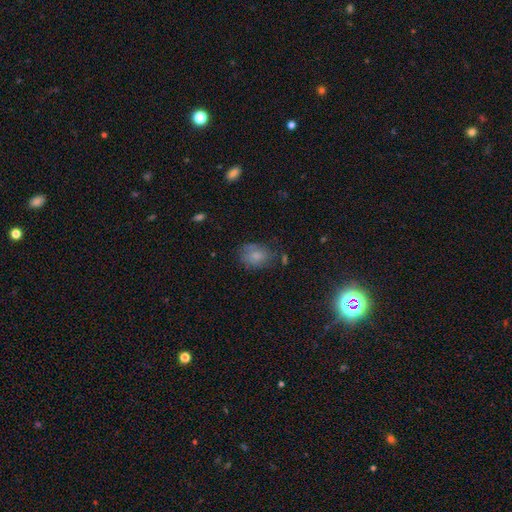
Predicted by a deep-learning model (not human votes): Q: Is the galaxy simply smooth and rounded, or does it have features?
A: smooth — 71%.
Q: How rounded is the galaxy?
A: in between — 76%.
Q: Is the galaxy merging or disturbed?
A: none — 60%.